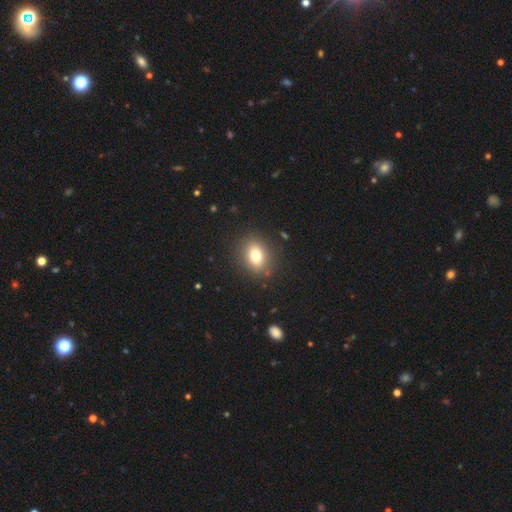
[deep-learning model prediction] A smooth galaxy with no disk features (78%) that is in between round and cigar-shaped (56%). Merging: none (87%).